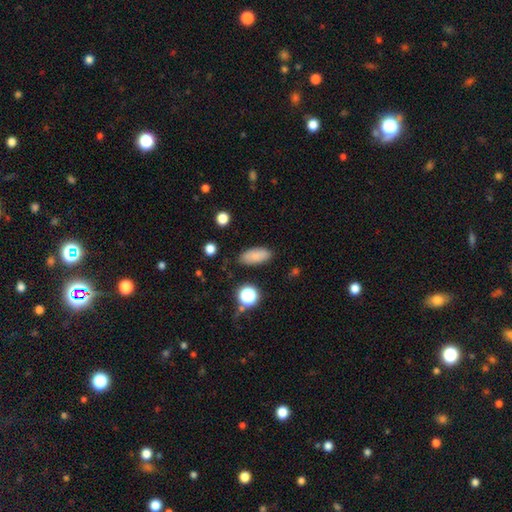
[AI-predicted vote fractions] This appears to be a smooth galaxy with no disk features (82%) that is in between round and cigar-shaped (83%). Merging: none (83%).